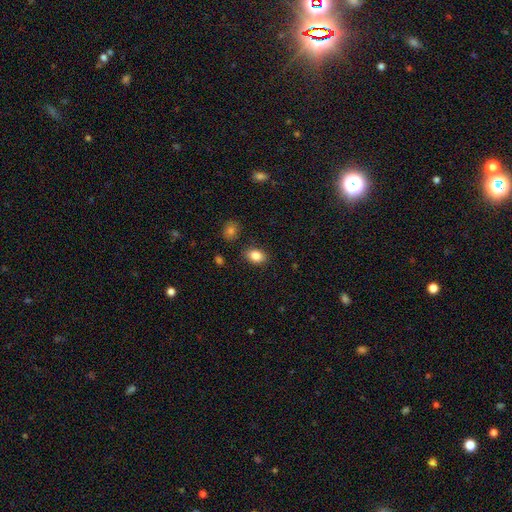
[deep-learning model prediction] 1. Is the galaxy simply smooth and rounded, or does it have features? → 85% smooth, 9% star or artifact, 6% featured or disk.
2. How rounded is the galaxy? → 80% in between, 19% round, 1% cigar-shaped.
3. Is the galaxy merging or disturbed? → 85% none, 10% minor disturbance, 3% major disturbance, 3% merger.